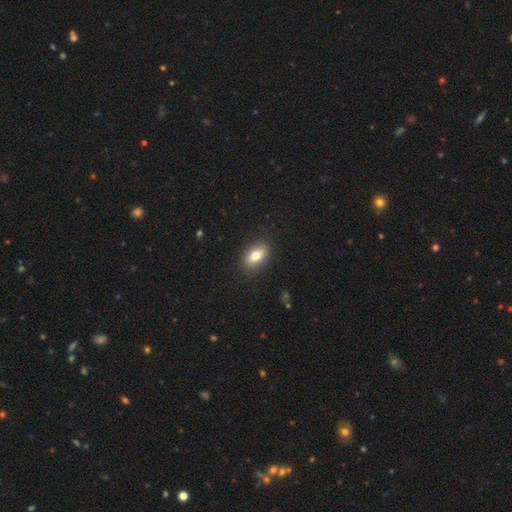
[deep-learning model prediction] Smooth or featured?
  - smooth: 76% *
  - featured or disk: 16%
  - star or artifact: 8%
How rounded?
  - in between: 86% *
  - round: 11%
  - cigar-shaped: 3%
Merging?
  - none: 88% *
  - minor disturbance: 9%
  - major disturbance: 2%
  - merger: 1%